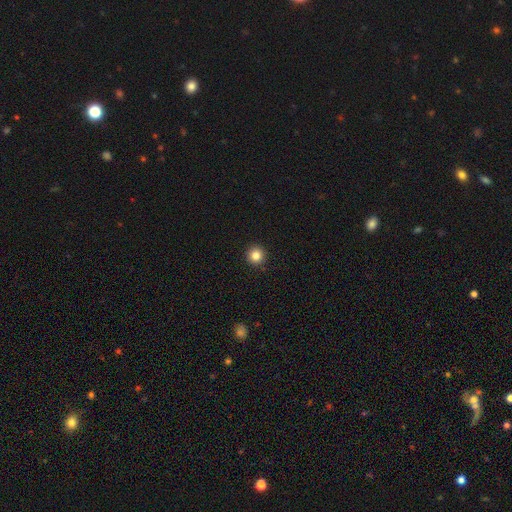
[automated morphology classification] smooth_or_featured: smooth (p=0.83) [alt: star or artifact p=0.11]
how_rounded: round (p=0.96) [alt: in between p=0.03]
merging: none (p=0.93) [alt: minor disturbance p=0.04]